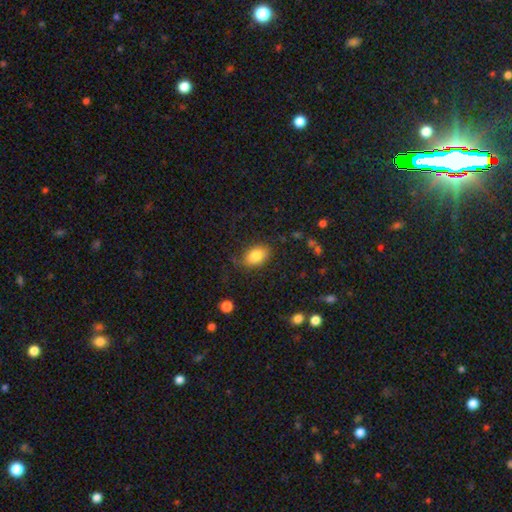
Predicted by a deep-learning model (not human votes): This is clearly a smooth galaxy (82%). How rounded: clearly in between (84%). Merging: likely none (79%).